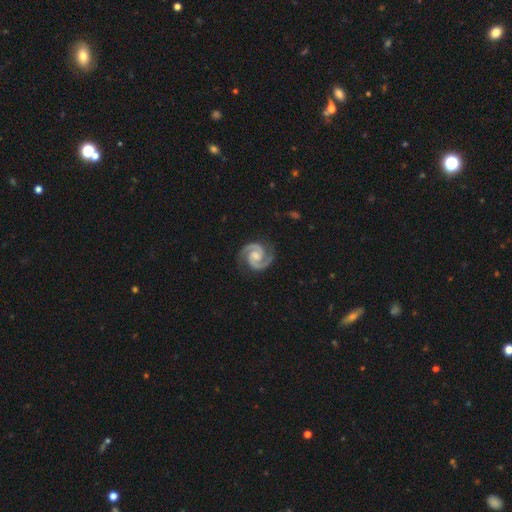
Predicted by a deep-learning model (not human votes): Smooth or featured? featured or disk (94%)
Edge-on disk? no (99%)
Bar? no (56%)
Spiral arms? yes (99%)
Spiral winding? medium (53%)
Spiral arm count? 2 (95%)
Bulge size? moderate (48%)
Merging? none (85%)